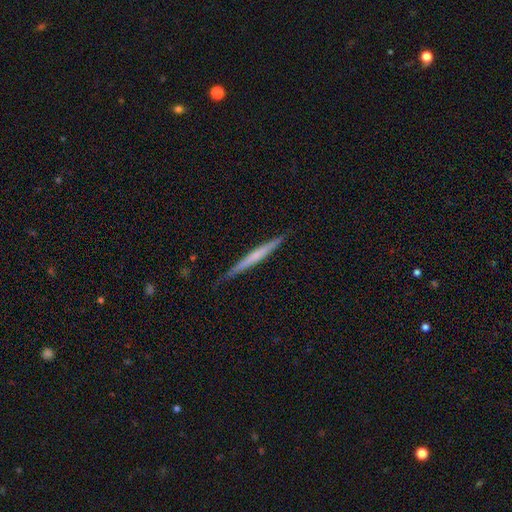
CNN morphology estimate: A featured or disk galaxy (52%) viewed edge-on (98%) with no central bulge (75%). Merging: none (88%).